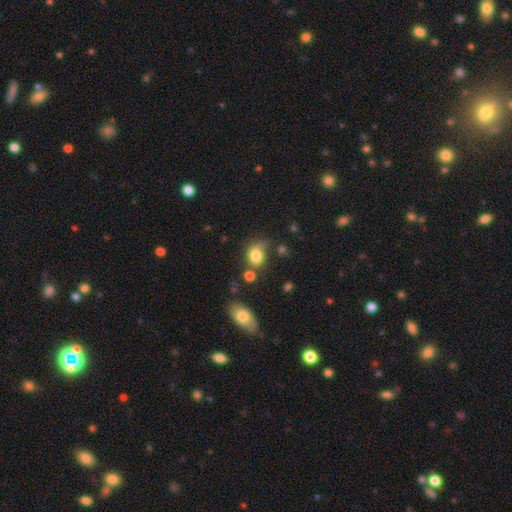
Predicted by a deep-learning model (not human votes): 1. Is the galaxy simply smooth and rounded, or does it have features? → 81% smooth, 10% star or artifact, 9% featured or disk.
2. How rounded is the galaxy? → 52% in between, 47% round, 1% cigar-shaped.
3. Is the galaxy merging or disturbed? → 49% none, 27% minor disturbance, 13% merger, 12% major disturbance.